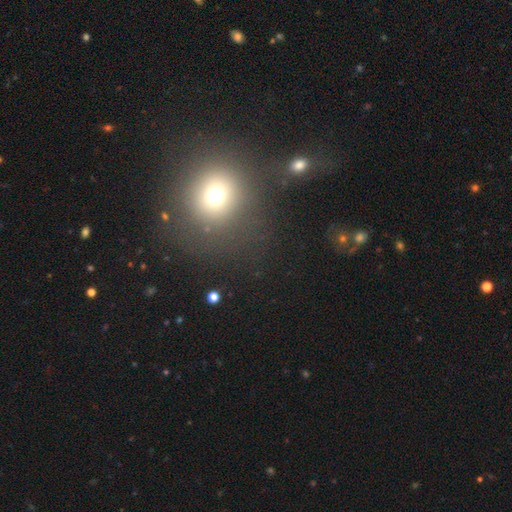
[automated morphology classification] Smooth or featured?
  - smooth: 56% *
  - star or artifact: 35%
  - featured or disk: 9%
How rounded?
  - round: 88% *
  - in between: 11%
  - cigar-shaped: 1%
Merging?
  - none: 78% *
  - minor disturbance: 10%
  - major disturbance: 6%
  - merger: 6%